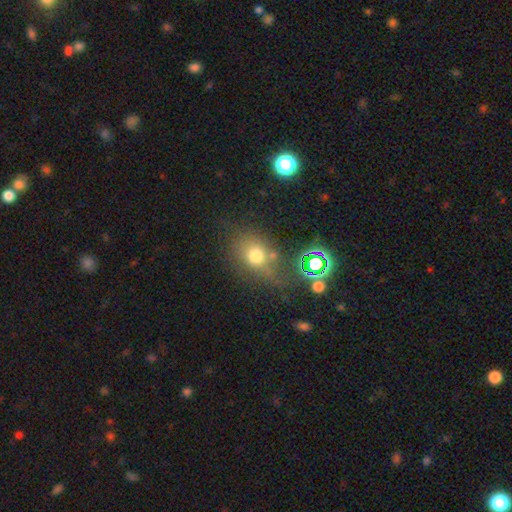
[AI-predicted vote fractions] A smooth galaxy with no disk features (66%) that is round (56%). Merging: none (53%).